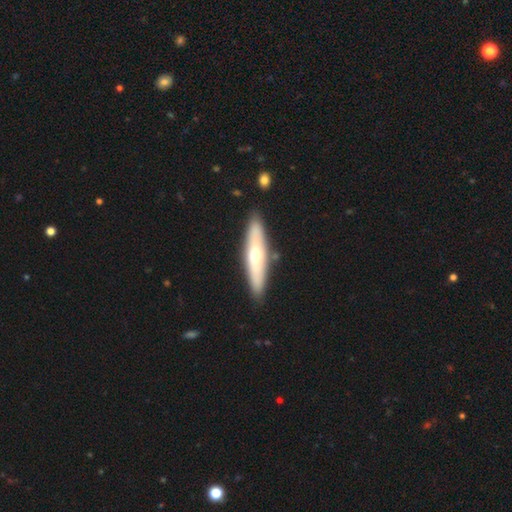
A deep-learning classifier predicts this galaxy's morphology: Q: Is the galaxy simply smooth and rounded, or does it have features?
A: featured or disk — 48%.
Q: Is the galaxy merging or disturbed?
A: none — 87%.